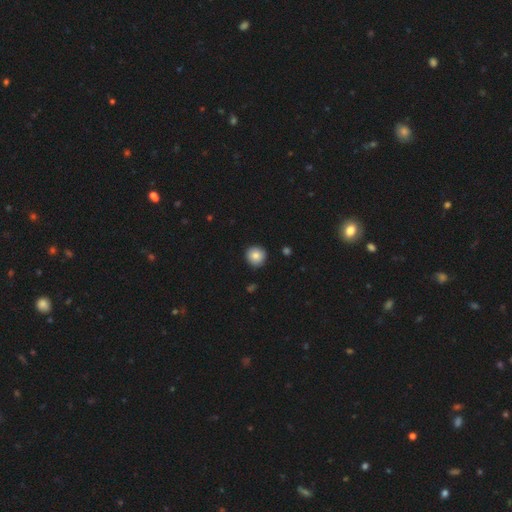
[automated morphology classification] Smooth or featured?
  - smooth: 84% *
  - star or artifact: 9%
  - featured or disk: 7%
How rounded?
  - round: 93% *
  - in between: 6%
  - cigar-shaped: 1%
Merging?
  - none: 88% *
  - minor disturbance: 9%
  - major disturbance: 2%
  - merger: 1%